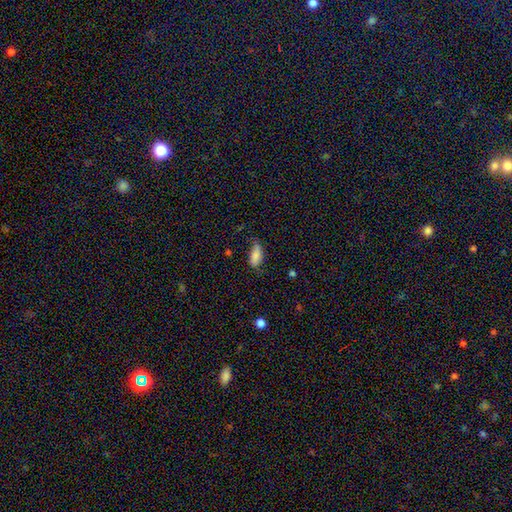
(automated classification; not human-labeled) smooth_or_featured: smooth (p=0.83) [alt: featured or disk p=0.09]
how_rounded: in between (p=0.88) [alt: cigar-shaped p=0.10]
merging: none (p=0.50) [alt: minor disturbance p=0.34]